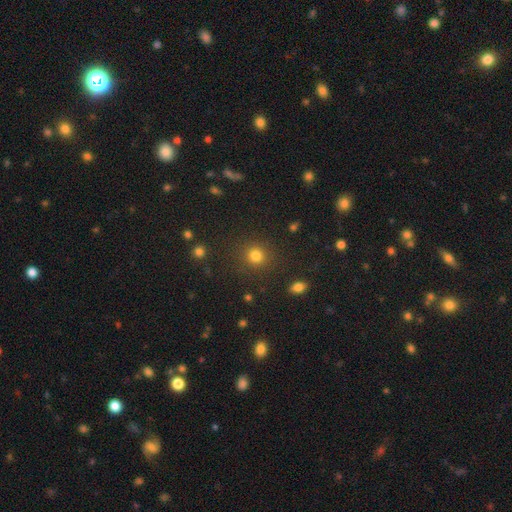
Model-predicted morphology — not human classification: Q: Smooth or featured?
A: smooth (81%); runner-up: star or artifact (14%)
Q: How rounded?
A: round (89%); runner-up: in between (10%)
Q: Merging?
A: none (87%); runner-up: minor disturbance (7%)